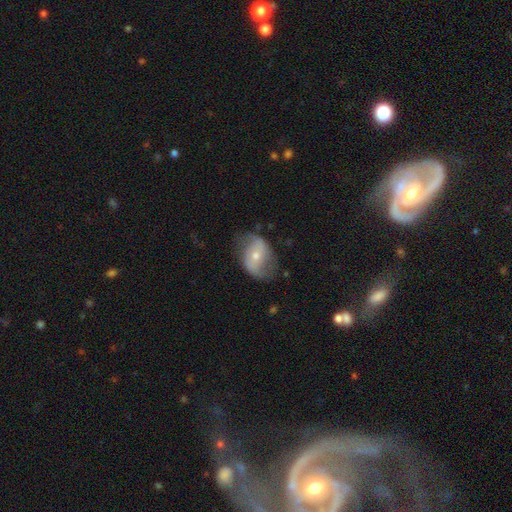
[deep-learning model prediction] The model was most divided on "bulge size": moderate: 51%, small: 44%, large: 2%, none: 1%, dominant: 1%. More confident: edge-on disk — no (95%); spiral arms — yes (71%); smooth or featured — featured or disk (59%); merging — none (58%); bar — no (53%).